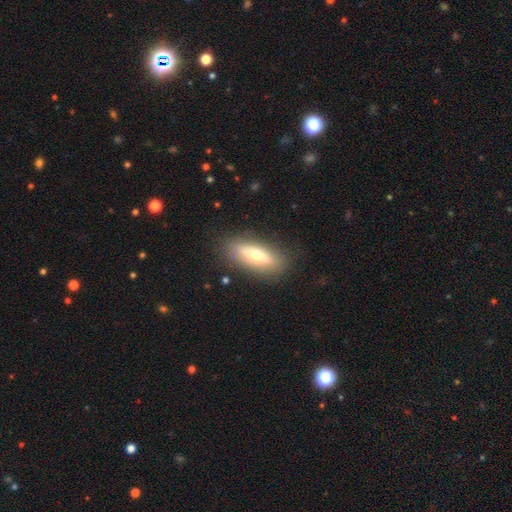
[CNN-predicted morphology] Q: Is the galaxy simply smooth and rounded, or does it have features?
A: smooth — 54%.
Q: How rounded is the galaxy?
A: in between — 60%.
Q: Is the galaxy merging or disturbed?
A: none — 85%.